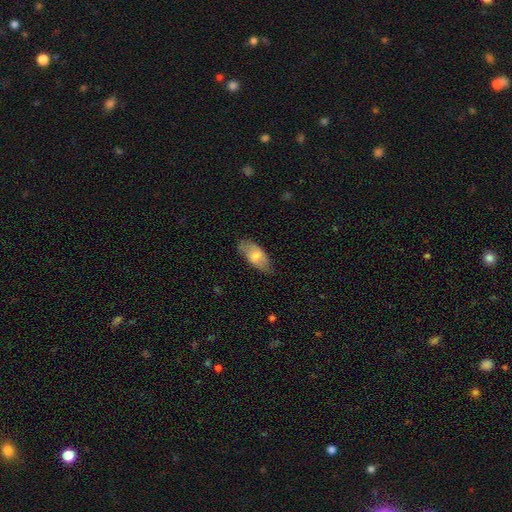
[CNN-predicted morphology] The model was most divided on "smooth or featured": smooth: 67%, featured or disk: 27%, star or artifact: 6%. More confident: how rounded — in between (89%); merging — none (70%).